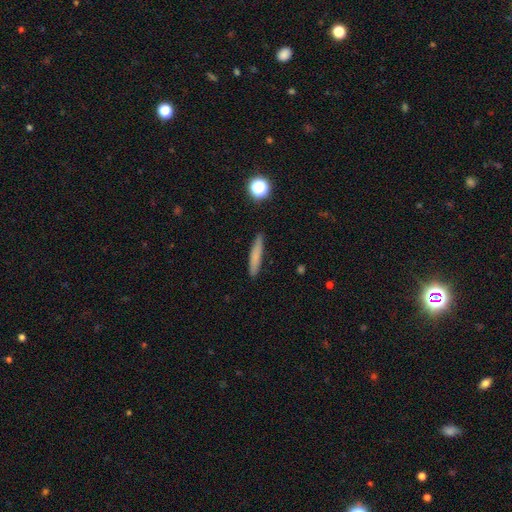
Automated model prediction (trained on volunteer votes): Morphology: type=smooth (74%); roundness=cigar-shaped (91%); merging=none (89%).